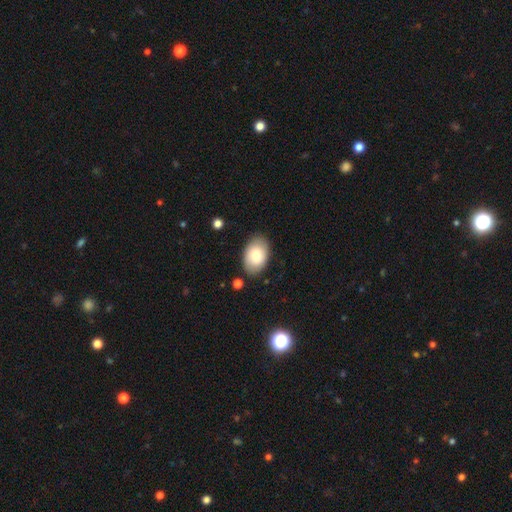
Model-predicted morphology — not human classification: Overall: smooth (80%). How rounded: in between (90%). Merging: none (84%).